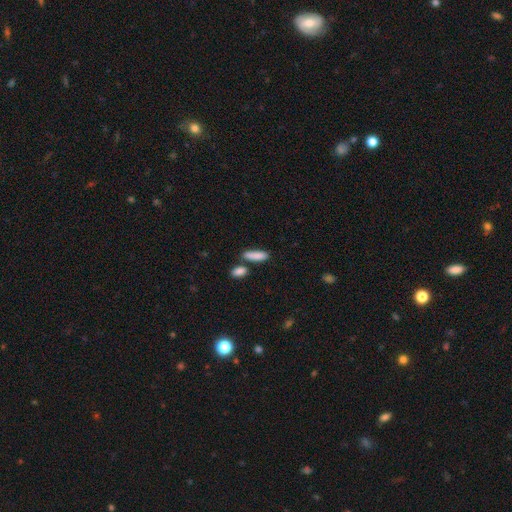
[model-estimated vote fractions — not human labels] smooth-or-featured: smooth: 86% | featured or disk: 7% | star or artifact: 7%
  how-rounded: cigar-shaped: 52% | in between: 45% | round: 3%
  merging: none: 63% | merger: 20% | minor disturbance: 13% | major disturbance: 4%